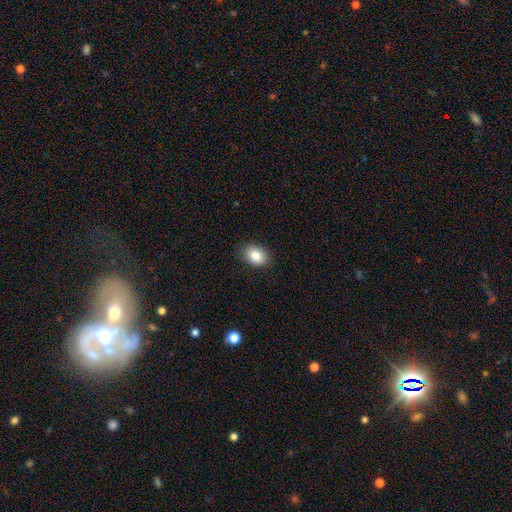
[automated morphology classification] Smooth or featured? smooth (84%)
How rounded? in between (75%)
Merging? none (87%)